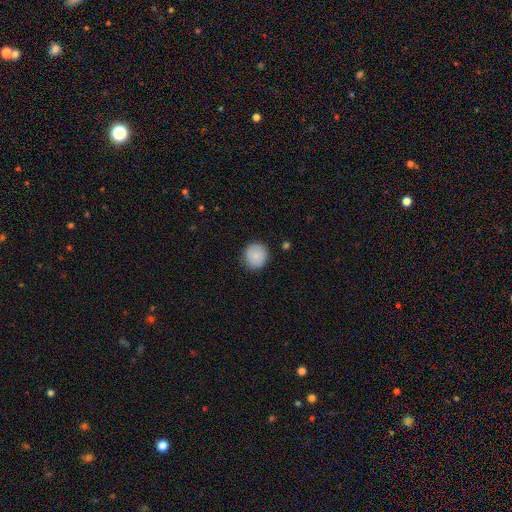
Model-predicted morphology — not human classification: smooth_or_featured: smooth (p=0.86) [alt: star or artifact p=0.07]
how_rounded: round (p=0.90) [alt: in between p=0.09]
merging: none (p=0.85) [alt: minor disturbance p=0.11]